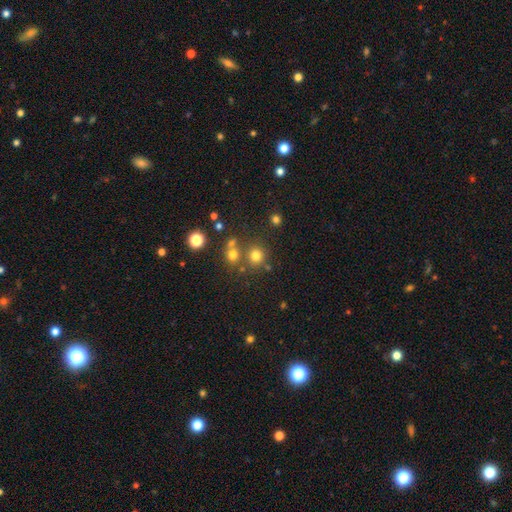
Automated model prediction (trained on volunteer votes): Smooth or featured: smooth — 74% (star or artifact — 19%)
How rounded: round — 91% (in between — 8%)
Merging: none — 72% (merger — 16%)